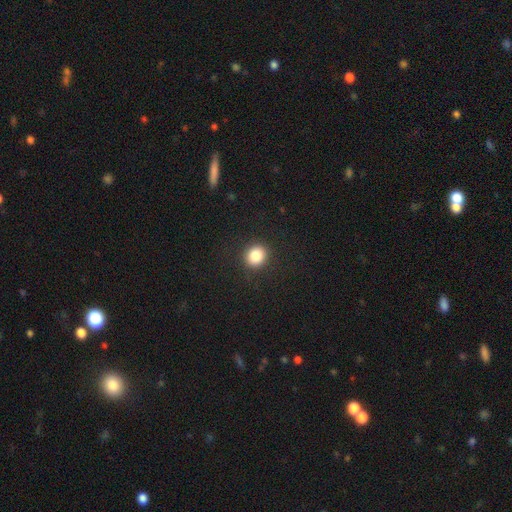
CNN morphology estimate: Q: Smooth or featured?
A: smooth (85%); runner-up: star or artifact (10%)
Q: How rounded?
A: round (81%); runner-up: in between (18%)
Q: Merging?
A: none (90%); runner-up: minor disturbance (6%)